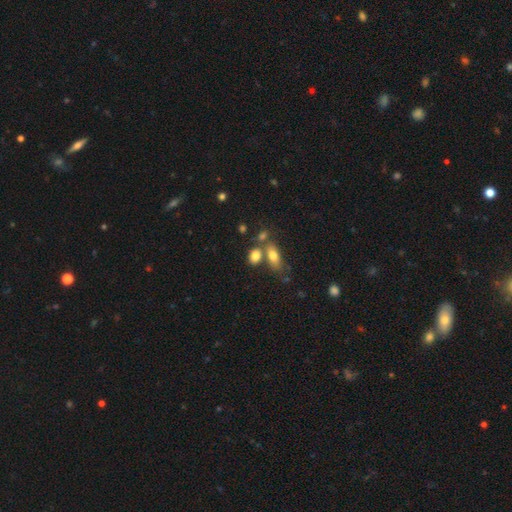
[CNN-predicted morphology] smooth_or_featured: smooth (p=0.80) [alt: featured or disk p=0.11]
how_rounded: in between (p=0.79) [alt: round p=0.17]
merging: none (p=0.49) [alt: merger p=0.34]